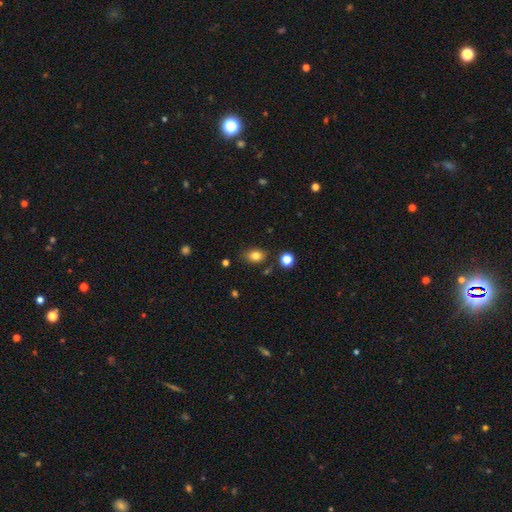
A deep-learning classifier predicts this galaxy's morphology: A smooth galaxy with no disk features (81%) that is in between round and cigar-shaped (71%).

Vote fractions:
- Smooth or featured? smooth: 81% / star or artifact: 11% / featured or disk: 7%
- How rounded? in between: 71% / round: 28% / cigar-shaped: 1%
- Merging? none: 79% / minor disturbance: 13% / merger: 4% / major disturbance: 3%